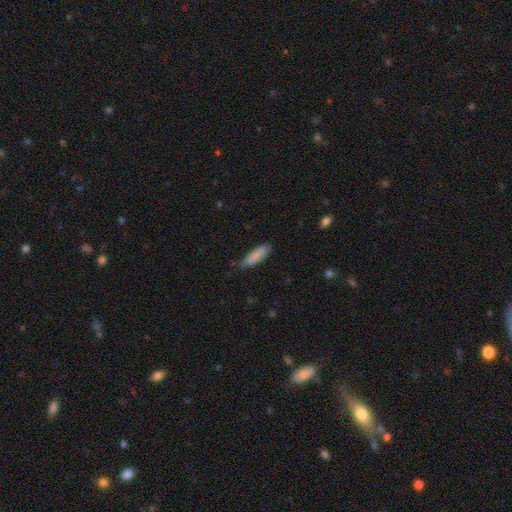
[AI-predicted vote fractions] Smooth or featured: smooth — 84% (featured or disk — 10%)
How rounded: cigar-shaped — 49% (tied with in between — 49%)
Merging: none — 73% (minor disturbance — 22%)